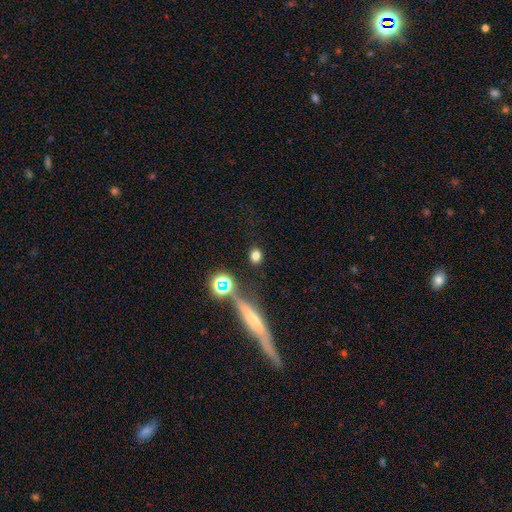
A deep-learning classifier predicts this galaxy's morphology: Smooth or featured?
  - smooth: 74% *
  - star or artifact: 17%
  - featured or disk: 9%
How rounded?
  - round: 60% *
  - in between: 35%
  - cigar-shaped: 5%
Merging?
  - none: 84% *
  - minor disturbance: 8%
  - merger: 4%
  - major disturbance: 3%